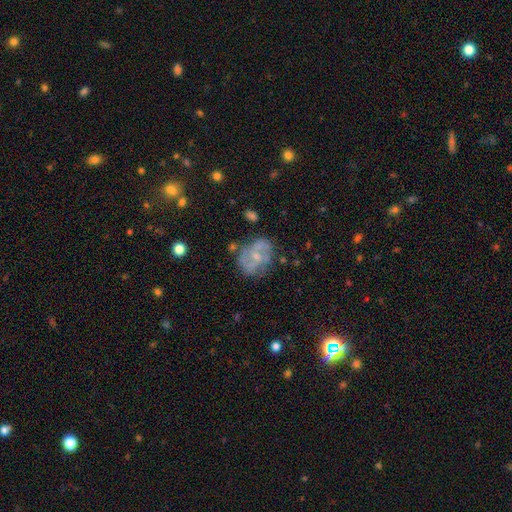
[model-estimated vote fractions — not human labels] Smooth or featured? featured or disk (67%)
Edge-on disk? no (97%)
Bar? no (57%)
Spiral arms? yes (73%)
Bulge size? small (60%)
Merging? none (62%)